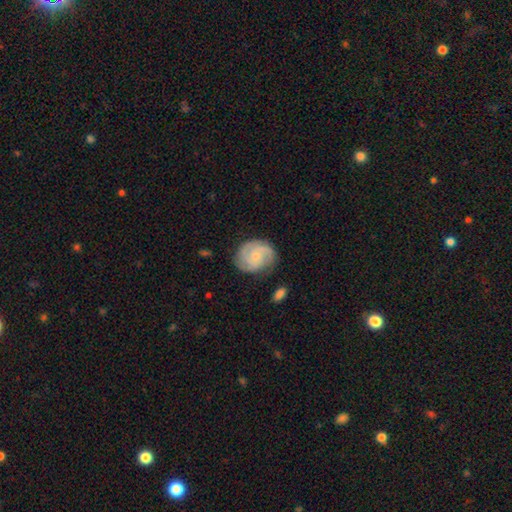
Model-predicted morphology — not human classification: smooth-or-featured: featured or disk: 75% | smooth: 19% | star or artifact: 6%
  disk-edge-on: no: 98% | yes: 2%
    bar: no: 70% | weak: 26% | strong: 3%
    has-spiral-arms: yes: 95% | no: 5%
      spiral-winding: tight: 51% | medium: 39% | loose: 10%
      spiral-arm-count: 3: 37% | 2: 29% | can't tell: 18% | 4: 7% | 1: 4% | more than 4: 4%
    bulge-size: small: 72% | moderate: 22% | none: 4% | large: 1% | dominant: 1%
  merging: none: 76% | minor disturbance: 17% | major disturbance: 5% | merger: 2%